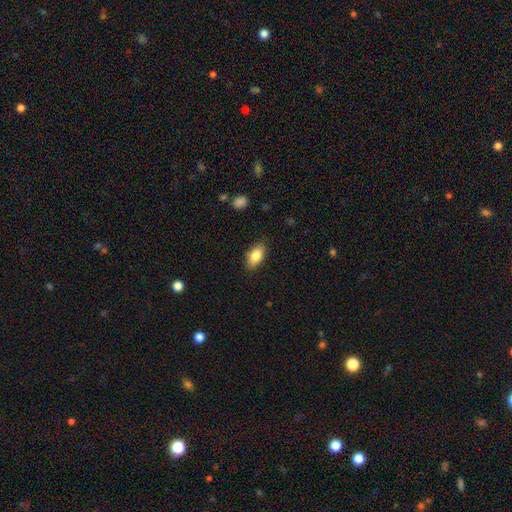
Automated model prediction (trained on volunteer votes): This appears to be a smooth galaxy with no disk features (82%) that is in between round and cigar-shaped (89%). Merging: none (86%).